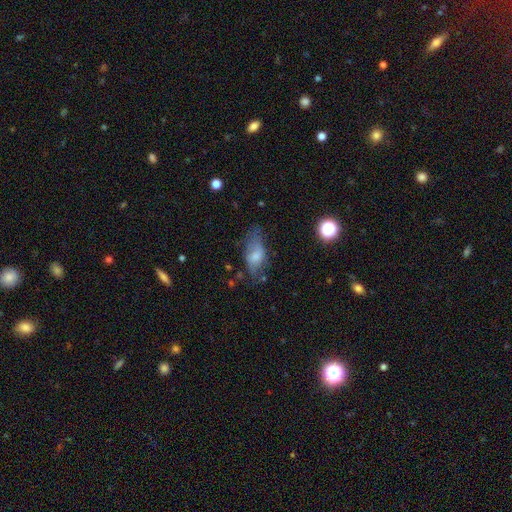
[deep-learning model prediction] smooth 63%, featured or disk 28%, star or artifact 9%. Down the decision tree: how rounded — in between (86%); merging — none (47%).